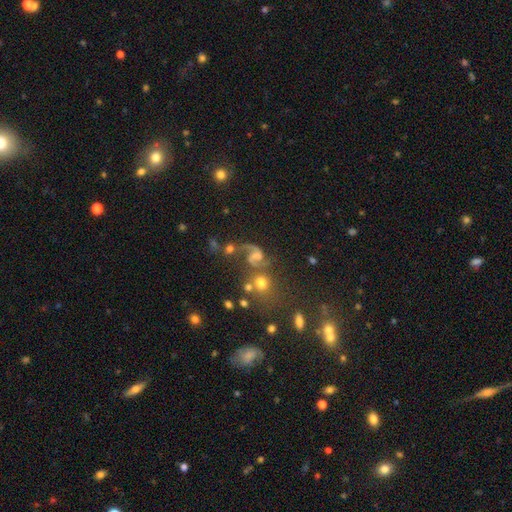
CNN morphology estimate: Smooth or featured: featured or disk — 71% (smooth — 16%)
Edge-on disk: no — 97% (yes — 3%)
Bar: no — 50% (weak — 39%)
Spiral arms: yes — 92% (no — 8%)
Spiral winding: loose — 56% (medium — 37%)
Spiral arm count: 2 — 77% (1 — 17%)
Bulge size: small — 35% (moderate — 32%)
Merging: none — 43% (merger — 21%)